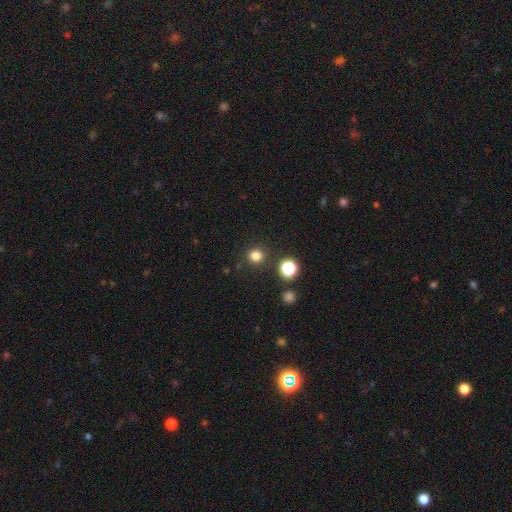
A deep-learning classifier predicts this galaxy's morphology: Smooth or featured? Predicted: smooth (p=0.81). How rounded? Predicted: round (p=0.89). Merging? Predicted: none (p=0.88).